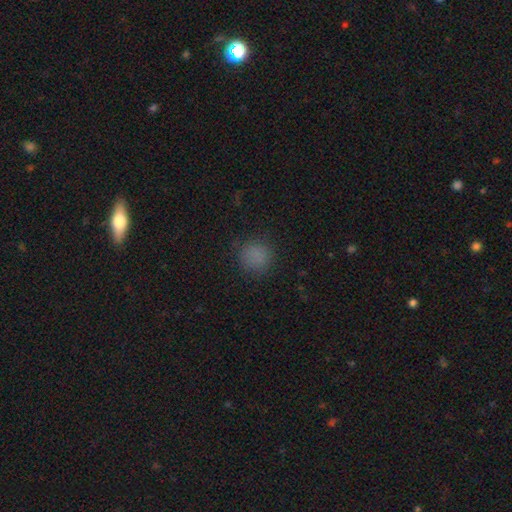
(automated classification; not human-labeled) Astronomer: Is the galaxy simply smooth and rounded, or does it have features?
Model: smooth — 81%.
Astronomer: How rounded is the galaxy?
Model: round — 91%.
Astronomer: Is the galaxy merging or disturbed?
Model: none — 86%.